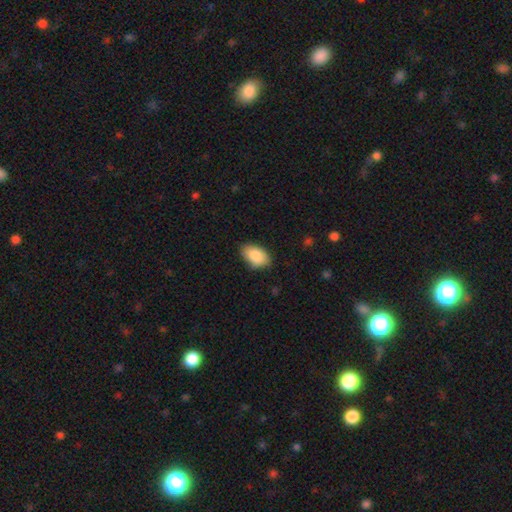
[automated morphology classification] type=smooth (86%); roundness=in between (90%); merging=none (76%).